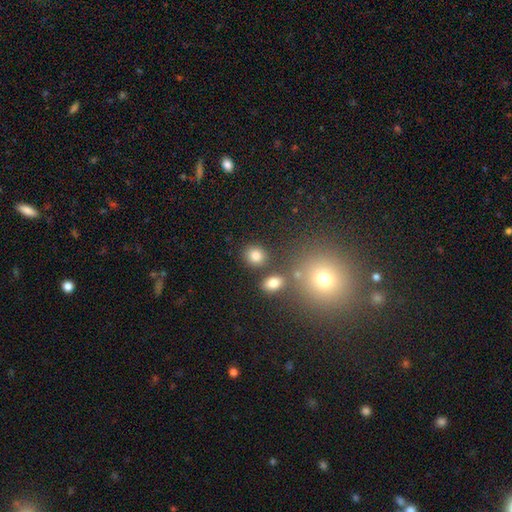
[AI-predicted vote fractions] Smooth or featured? smooth (81%)
How rounded? round (78%)
Merging? none (79%)